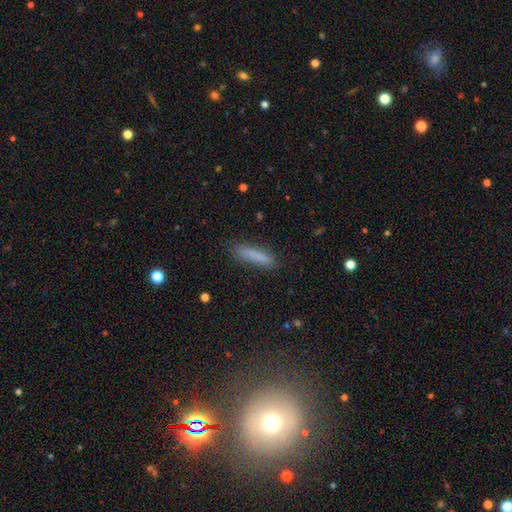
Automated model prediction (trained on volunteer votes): Overall: smooth (82%). How rounded: cigar-shaped (84%). Merging: none (84%).